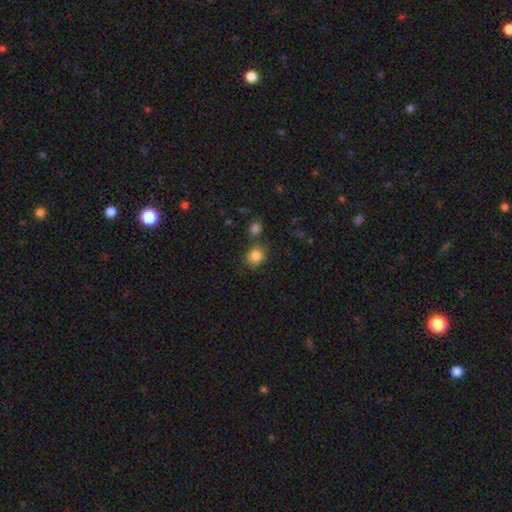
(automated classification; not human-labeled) Morphology: type=smooth (84%); roundness=round (75%); merging=none (71%).